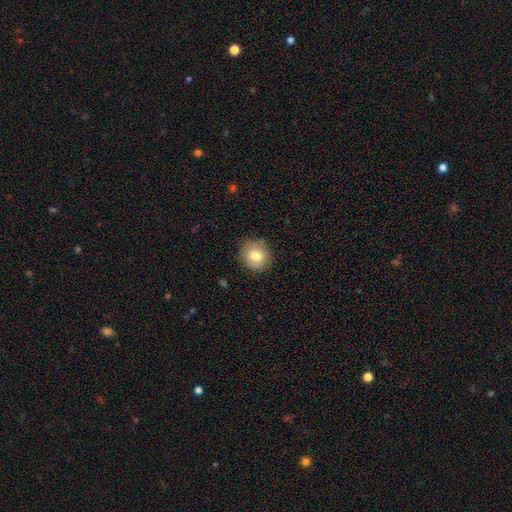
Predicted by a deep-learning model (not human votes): A smooth galaxy with no disk features (80%) that is round (87%).

Vote fractions:
- Smooth or featured? smooth: 80% / featured or disk: 12% / star or artifact: 9%
- How rounded? round: 87% / in between: 12% / cigar-shaped: 1%
- Merging? none: 86% / minor disturbance: 11% / major disturbance: 2% / merger: 1%